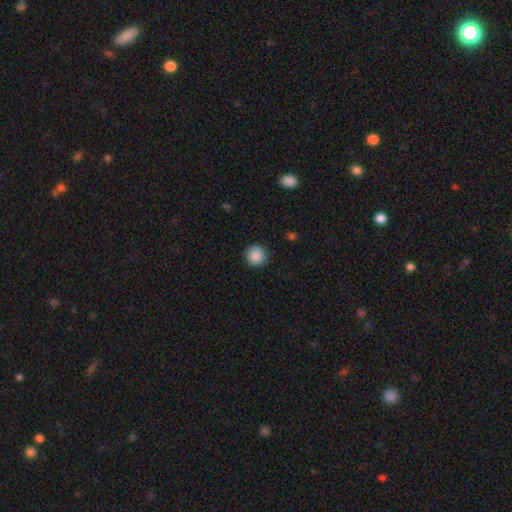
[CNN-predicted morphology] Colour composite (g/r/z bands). It shows a smooth galaxy with no disk features (88%) that is round (94%). Merging: none (88%).